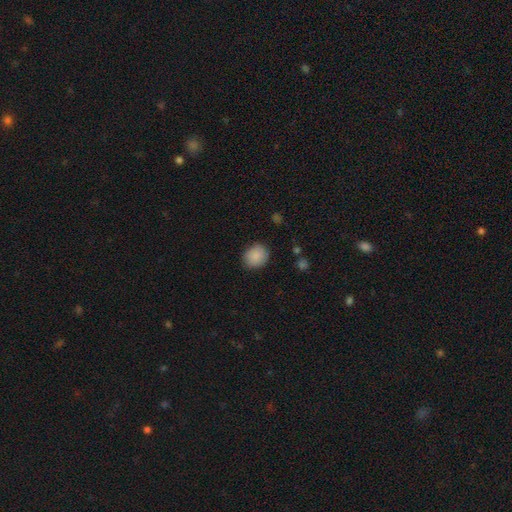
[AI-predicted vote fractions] The model was most divided on "how rounded": round: 73%, in between: 26%, cigar-shaped: 1%. More confident: smooth or featured — smooth (88%); merging — none (86%).